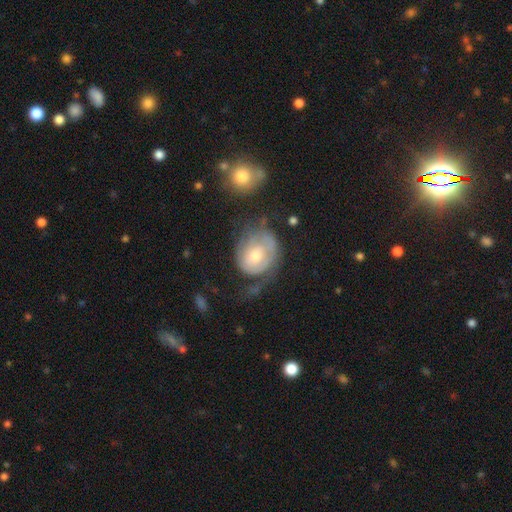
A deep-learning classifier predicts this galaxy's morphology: Smooth or featured?
  - featured or disk: 61% *
  - smooth: 33%
  - star or artifact: 6%
Edge-on disk?
  - no: 97% *
  - yes: 3%
Bar?
  - no: 72% *
  - weak: 24%
  - strong: 4%
Spiral arms?
  - yes: 72% *
  - no: 28%
Bulge size?
  - moderate: 62% *
  - small: 26%
  - large: 9%
  - none: 2%
  - dominant: 1%
Merging?
  - none: 40% *
  - major disturbance: 28%
  - minor disturbance: 27%
  - merger: 6%